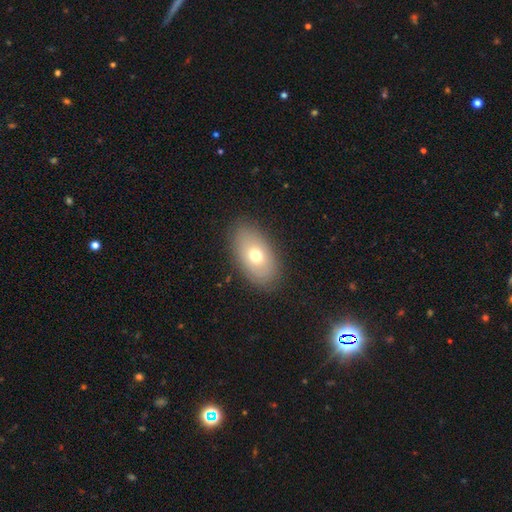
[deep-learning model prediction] Smooth or featured?
  - smooth: 66% *
  - featured or disk: 25%
  - star or artifact: 9%
How rounded?
  - in between: 90% *
  - round: 8%
  - cigar-shaped: 2%
Merging?
  - none: 86% *
  - minor disturbance: 10%
  - major disturbance: 3%
  - merger: 1%